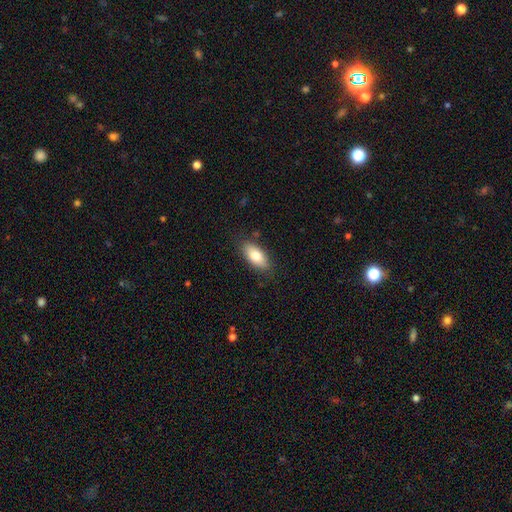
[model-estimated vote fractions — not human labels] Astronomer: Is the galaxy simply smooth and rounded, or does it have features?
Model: smooth — 80%.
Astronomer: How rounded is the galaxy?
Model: in between — 87%.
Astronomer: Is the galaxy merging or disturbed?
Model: none — 84%.